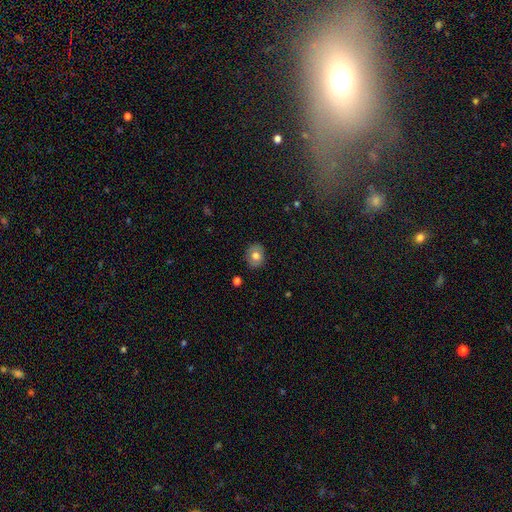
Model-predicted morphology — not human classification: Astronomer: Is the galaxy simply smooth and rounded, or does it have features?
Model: smooth — 75%.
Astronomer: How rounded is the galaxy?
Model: round — 58% (runner-up: in between, 41%).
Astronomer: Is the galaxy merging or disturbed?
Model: none — 86%.